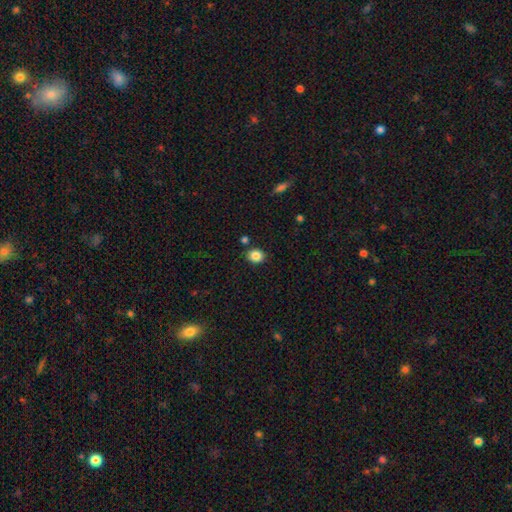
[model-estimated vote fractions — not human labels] Morphology: type=smooth (85%); roundness=round (65%); merging=none (84%).